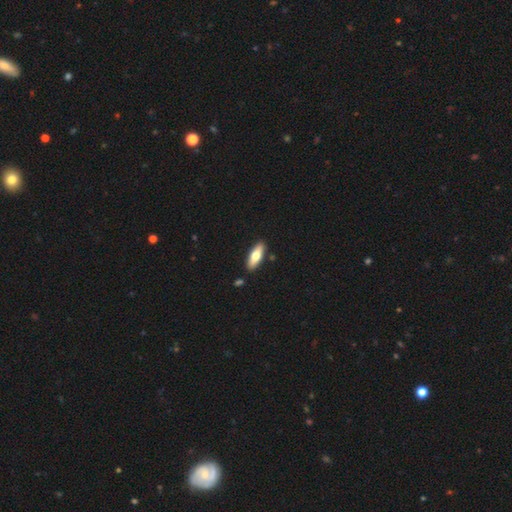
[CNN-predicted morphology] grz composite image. It shows a smooth galaxy with no disk features (65%) that is in between round and cigar-shaped (57%). Merging: none (87%).